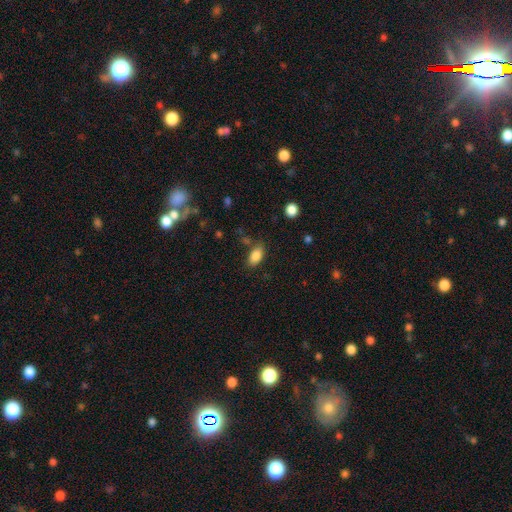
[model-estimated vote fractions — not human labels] A smooth galaxy with no disk features (85%) that is in between round and cigar-shaped (91%). Merging: none (76%).